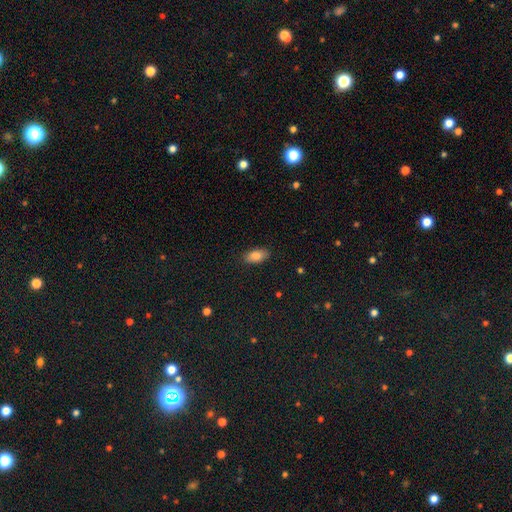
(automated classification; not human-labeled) This is clearly a smooth galaxy (86%). How rounded: clearly in between (91%). Merging: clearly none (87%).